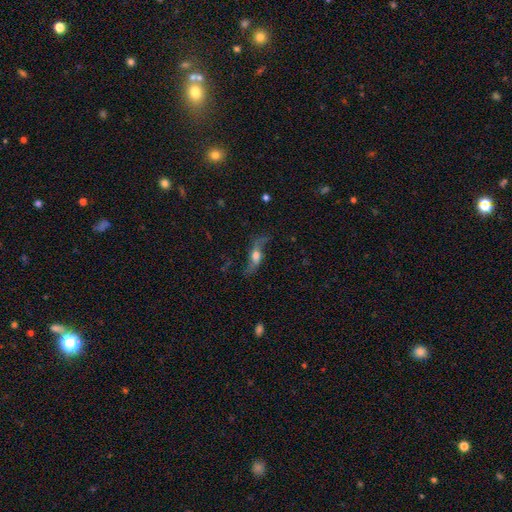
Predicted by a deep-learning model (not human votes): smooth-or-featured: featured or disk: 67% | smooth: 25% | star or artifact: 8%
  disk-edge-on: no: 60% | yes: 40%
  merging: none: 65% | minor disturbance: 20% | major disturbance: 13% | merger: 2%